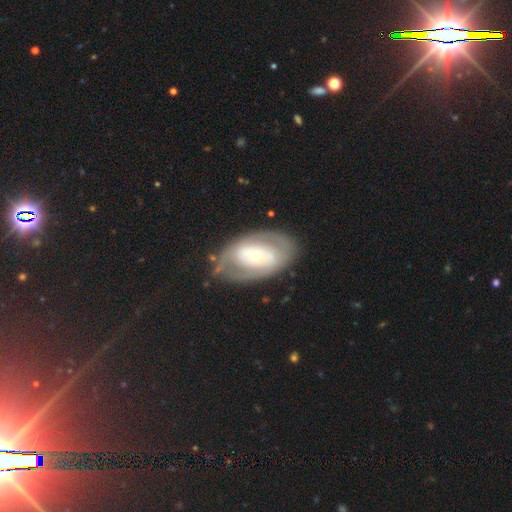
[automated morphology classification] Q: Smooth or featured?
A: featured or disk (68%); runner-up: smooth (27%)
Q: Edge-on disk?
A: no (93%); runner-up: yes (7%)
Q: Bar?
A: no (59%); runner-up: weak (23%)
Q: Spiral arms?
A: no (56%); runner-up: yes (44%)
Q: Bulge size?
A: small (52%); runner-up: moderate (41%)
Q: Merging?
A: none (73%); runner-up: minor disturbance (16%)